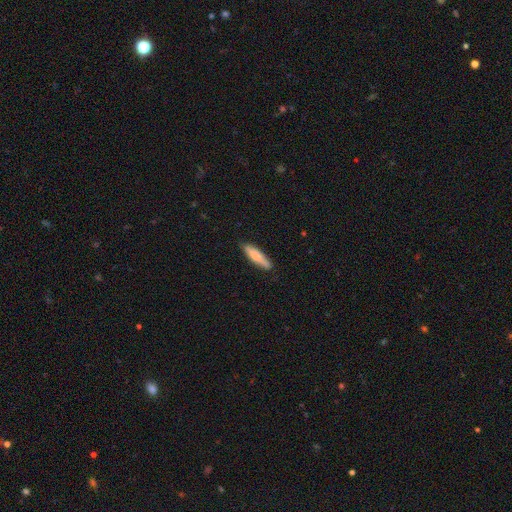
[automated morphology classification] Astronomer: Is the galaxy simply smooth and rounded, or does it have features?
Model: smooth — 77%.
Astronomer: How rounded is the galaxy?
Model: cigar-shaped — 72%.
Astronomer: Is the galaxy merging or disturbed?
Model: none — 82%.